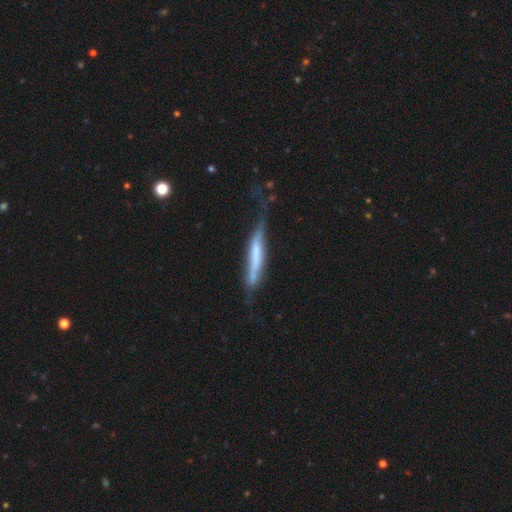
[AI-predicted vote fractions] A featured or disk galaxy (49%).

Vote fractions:
- Smooth or featured? featured or disk: 49% / smooth: 45% / star or artifact: 6%
- Merging? none: 41% / minor disturbance: 33% / major disturbance: 20% / merger: 7%